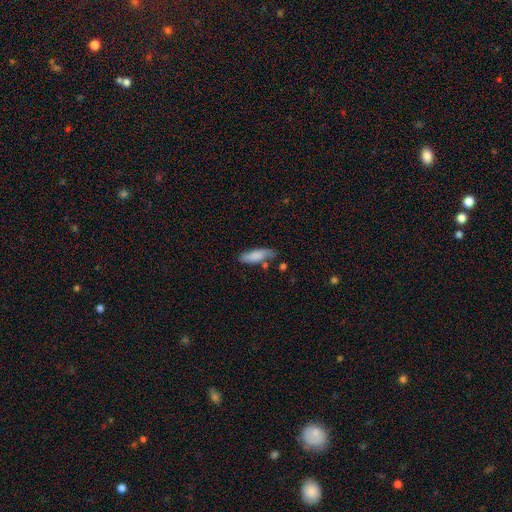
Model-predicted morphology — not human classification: This is clearly a smooth galaxy (81%). How rounded: possibly in between (56%). Merging: likely none (64%).